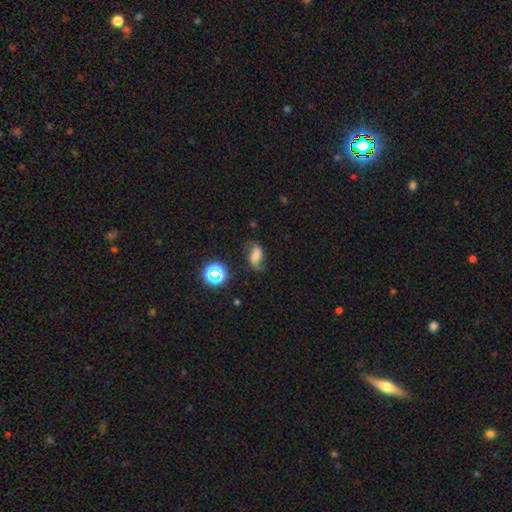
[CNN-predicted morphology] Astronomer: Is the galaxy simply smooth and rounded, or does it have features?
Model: smooth — 50% (runner-up: featured or disk, 34%).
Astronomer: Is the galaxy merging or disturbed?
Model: none — 60%.